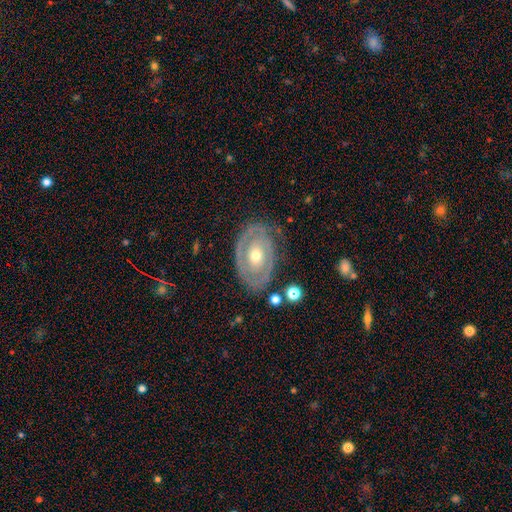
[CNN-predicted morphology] The model was most divided on "spiral arm count": 2: 59%, can't tell: 21%, 1: 11%, 3: 5%, 4: 2%, more than 4: 2%. More confident: edge-on disk — no (95%); smooth or featured — featured or disk (82%); spiral arms — yes (80%); merging — none (77%); spiral winding — tight (73%); bar — no (69%); bulge size — moderate (67%).